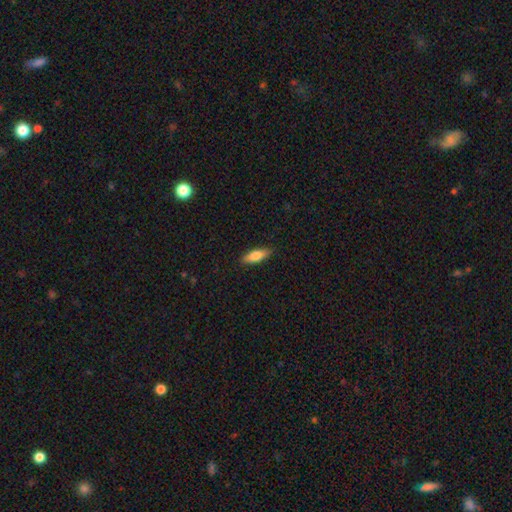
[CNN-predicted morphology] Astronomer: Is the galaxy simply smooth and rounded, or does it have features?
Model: smooth — 76%.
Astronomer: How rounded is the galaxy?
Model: in between — 59% (runner-up: cigar-shaped, 39%).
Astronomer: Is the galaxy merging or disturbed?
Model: none — 88%.